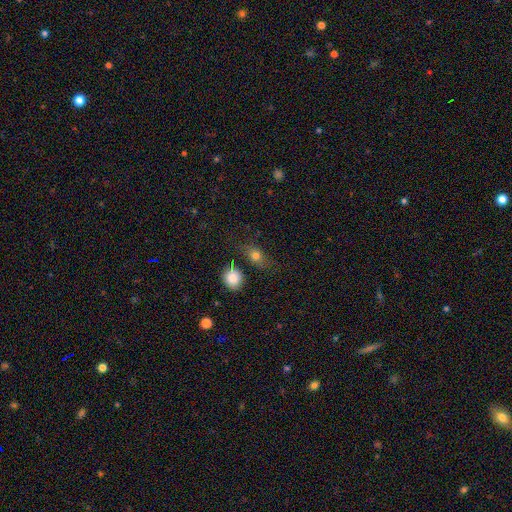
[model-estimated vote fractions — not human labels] Overall: smooth (73%). How rounded: in between (57%; round 38%). Merging: none (63%).